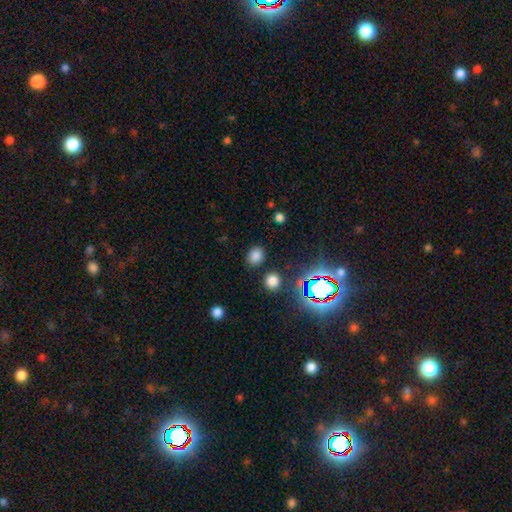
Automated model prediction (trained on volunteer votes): Smooth or featured: smooth — 78% (star or artifact — 17%)
How rounded: round — 60% (in between — 39%)
Merging: none — 84% (minor disturbance — 9%)